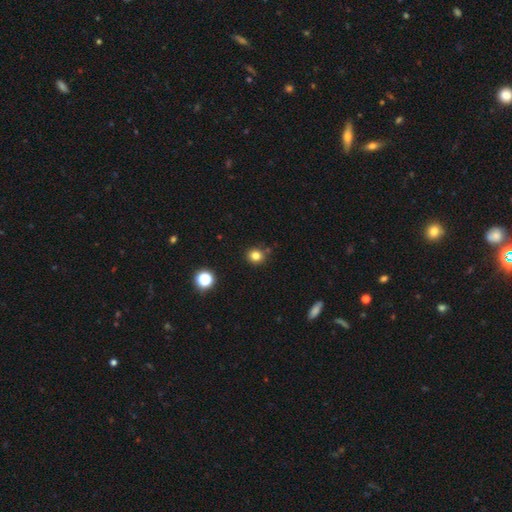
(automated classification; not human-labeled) smooth 80%, star or artifact 14%, featured or disk 5%. Down the decision tree: how rounded — round (86%); merging — none (84%).